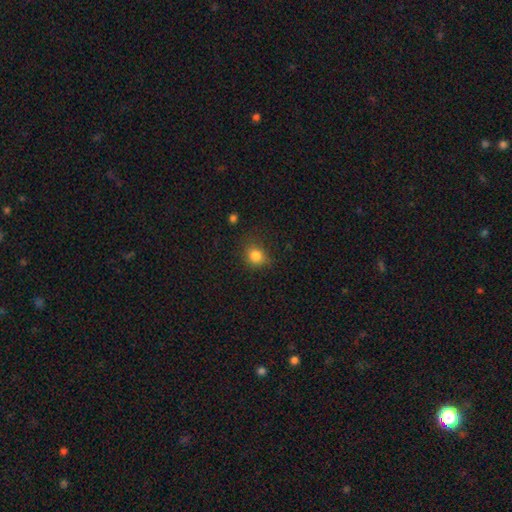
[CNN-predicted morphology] A smooth galaxy with no disk features (83%) that is round (75%). Merging: none (75%).